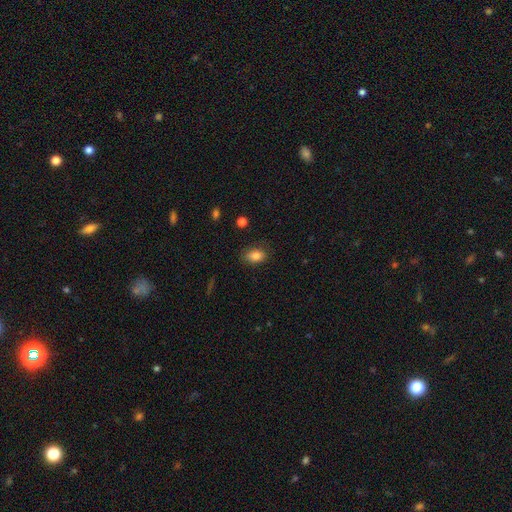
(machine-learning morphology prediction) A smooth galaxy with no disk features (85%) that is in between round and cigar-shaped (84%).

Vote fractions:
- Smooth or featured? smooth: 85% / star or artifact: 9% / featured or disk: 7%
- How rounded? in between: 84% / round: 14% / cigar-shaped: 2%
- Merging? none: 81% / minor disturbance: 14% / major disturbance: 3% / merger: 1%